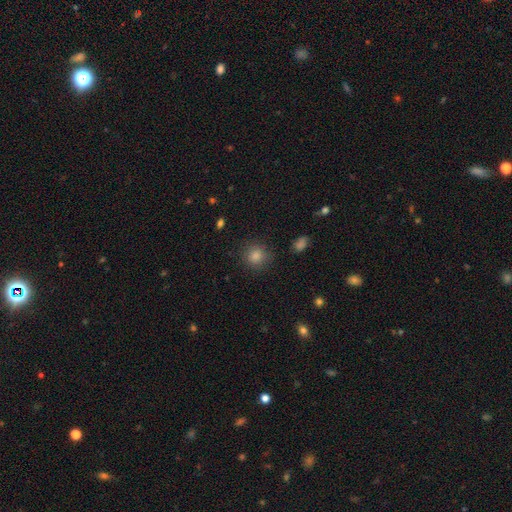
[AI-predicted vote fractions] This appears to be a smooth galaxy with no disk features (80%) that is round (92%). Merging: none (89%).